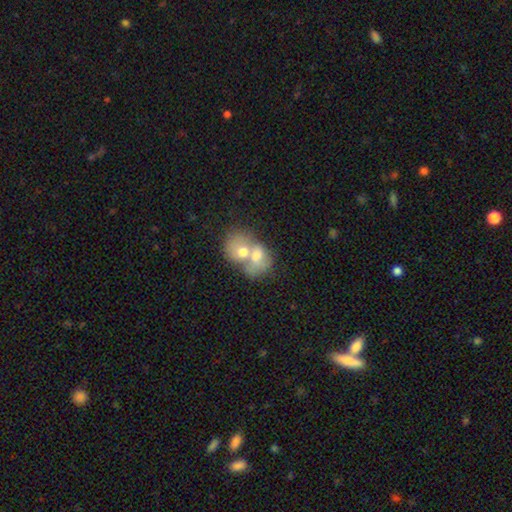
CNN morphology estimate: The model was most divided on "smooth or featured": smooth: 49%, featured or disk: 37%, star or artifact: 14%. More confident: merging — merger (64%).